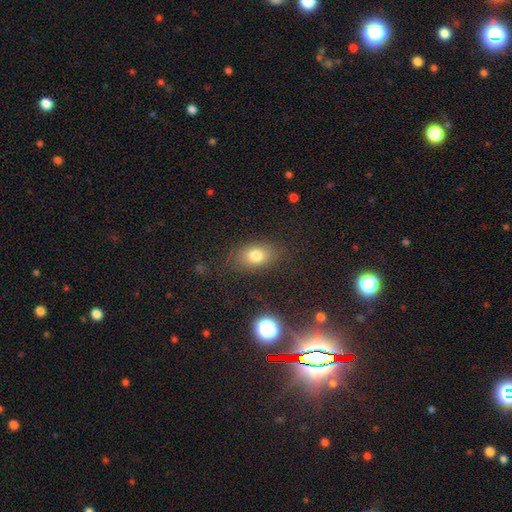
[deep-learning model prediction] Morphology: type=smooth (76%); roundness=in between (79%); merging=none (82%).